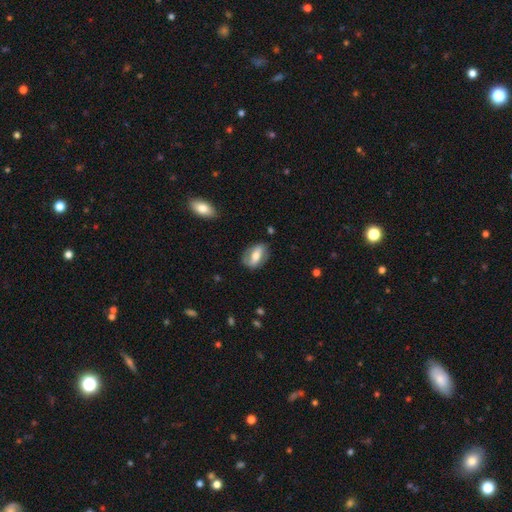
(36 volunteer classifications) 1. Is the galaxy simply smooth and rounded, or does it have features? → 64% smooth, 36% featured or disk, 0% star or artifact.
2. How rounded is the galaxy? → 83% in between, 17% round, 0% cigar-shaped.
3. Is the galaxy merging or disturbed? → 47% minor disturbance, 44% none, 8% major disturbance, 0% merger.